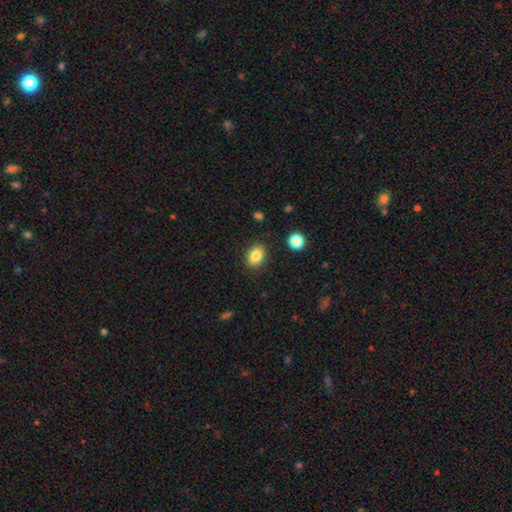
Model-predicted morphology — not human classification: Smooth or featured? smooth (84%)
How rounded? in between (71%)
Merging? none (86%)